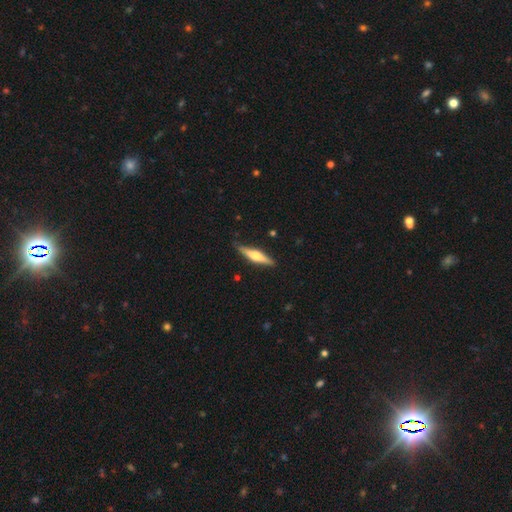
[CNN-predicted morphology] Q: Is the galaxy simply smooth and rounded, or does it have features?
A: featured or disk — 61%.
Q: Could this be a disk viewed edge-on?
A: yes — 96%.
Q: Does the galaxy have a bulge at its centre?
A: rounded — 91%.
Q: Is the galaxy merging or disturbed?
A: none — 87%.